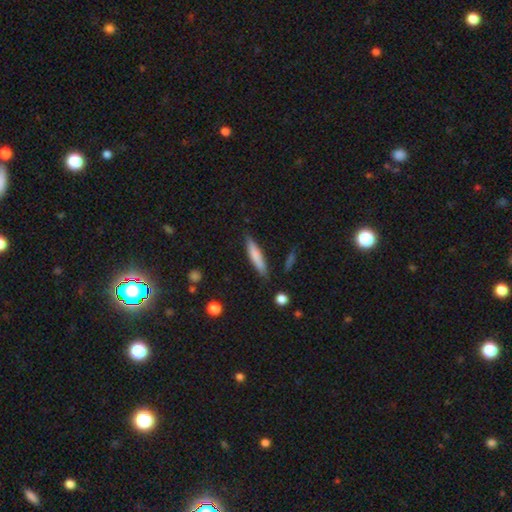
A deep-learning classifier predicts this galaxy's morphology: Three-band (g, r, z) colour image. It shows a smooth galaxy with no disk features (72%) that is cigar-shaped (85%). Merging: none (81%).